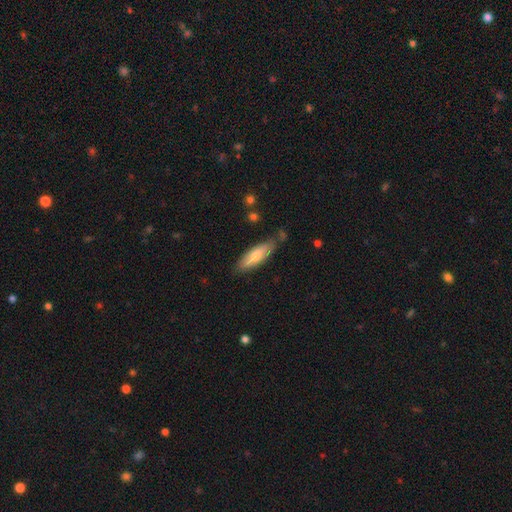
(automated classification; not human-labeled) A smooth galaxy with no disk features (67%) that is cigar-shaped (50%).

Vote fractions:
- Smooth or featured? smooth: 67% / featured or disk: 27% / star or artifact: 6%
- How rounded? cigar-shaped: 50% / in between: 48% / round: 2%
- Merging? none: 74% / minor disturbance: 19% / merger: 4% / major disturbance: 4%